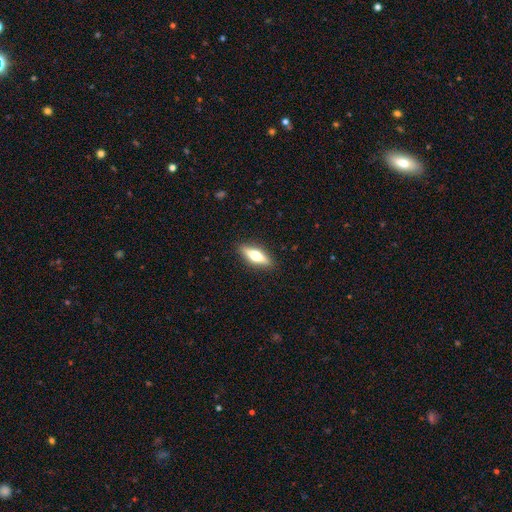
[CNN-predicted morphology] featured or disk 49%, smooth 44%, star or artifact 6%. Down the decision tree: merging — none (90%).